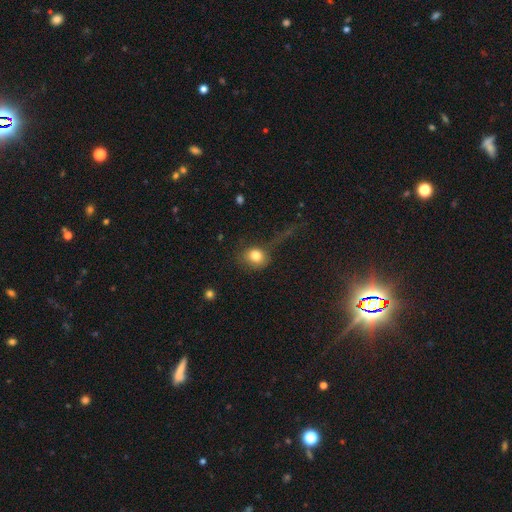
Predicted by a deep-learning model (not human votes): The model was most divided on "merging": none: 51%, major disturbance: 25%, minor disturbance: 20%, merger: 4%. More confident: smooth or featured — smooth (80%); how rounded — round (65%).